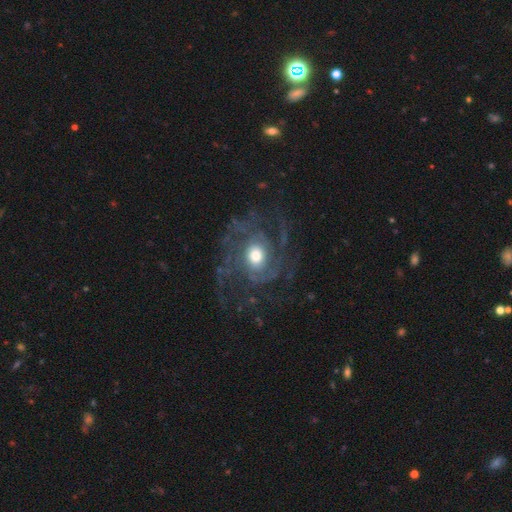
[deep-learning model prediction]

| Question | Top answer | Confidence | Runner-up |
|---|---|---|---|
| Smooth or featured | featured or disk | 85% | smooth (8%) |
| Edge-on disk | no | 97% | yes (3%) |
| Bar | no | 75% | weak (20%) |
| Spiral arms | yes | 94% | no (6%) |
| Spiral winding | tight | 41% | medium (38%) |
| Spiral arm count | can't tell | 26% | 3 (20%) |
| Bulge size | moderate | 59% | large (25%) |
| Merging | none | 63% | major disturbance (21%) |